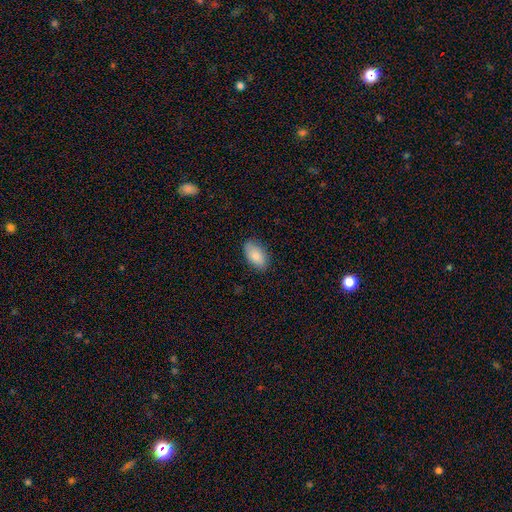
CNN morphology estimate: type=smooth (84%); roundness=in between (94%); merging=none (85%).